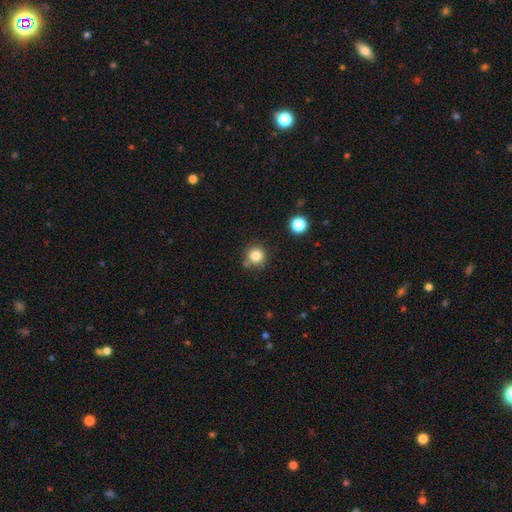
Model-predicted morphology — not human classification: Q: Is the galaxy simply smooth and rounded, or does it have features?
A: smooth — 83%.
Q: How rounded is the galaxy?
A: round — 94%.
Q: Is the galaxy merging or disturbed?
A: none — 79%.